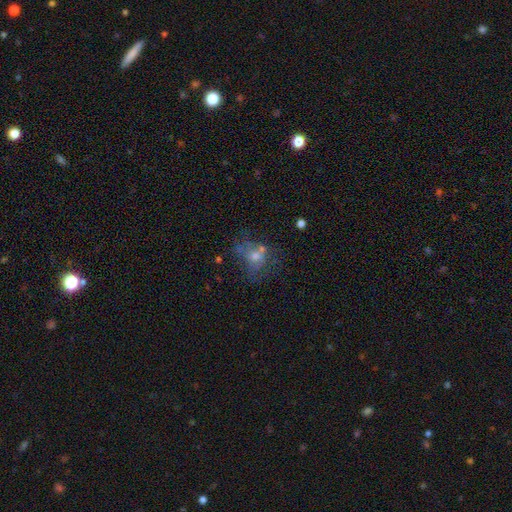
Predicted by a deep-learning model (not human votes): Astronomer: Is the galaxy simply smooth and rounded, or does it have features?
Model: smooth — 41% (runner-up: featured or disk, 38%).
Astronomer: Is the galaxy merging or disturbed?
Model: none — 42% (runner-up: major disturbance, 24%).